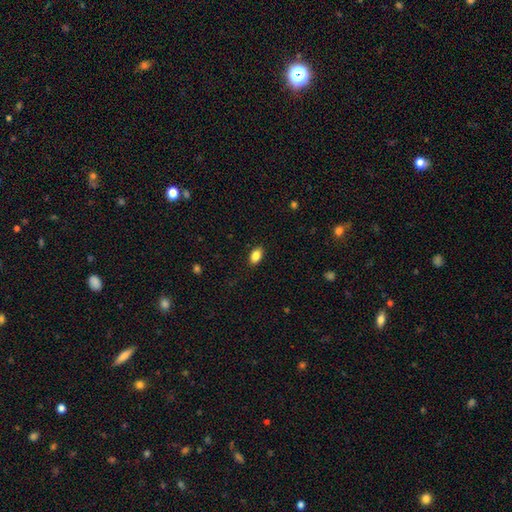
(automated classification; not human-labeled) Overall: smooth (86%). How rounded: in between (89%). Merging: none (88%).